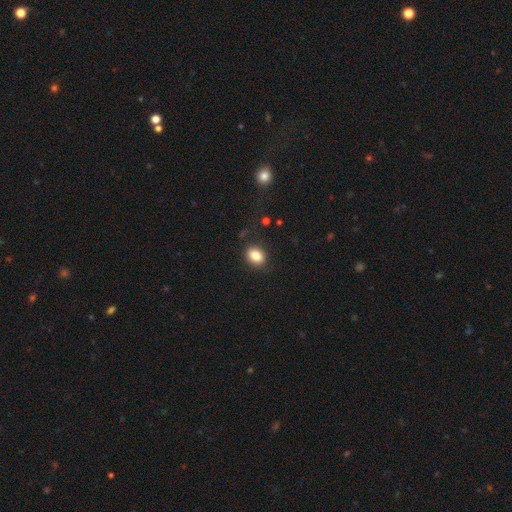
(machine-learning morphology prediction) smooth_or_featured: smooth (p=0.84) [alt: star or artifact p=0.10]
how_rounded: in between (p=0.61) [alt: round p=0.38]
merging: none (p=0.85) [alt: minor disturbance p=0.10]